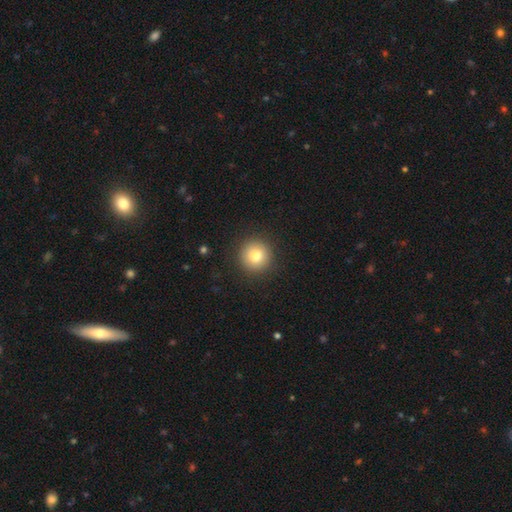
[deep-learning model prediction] Q: Smooth or featured?
A: smooth (80%); runner-up: star or artifact (11%)
Q: How rounded?
A: round (95%); runner-up: in between (4%)
Q: Merging?
A: none (91%); runner-up: minor disturbance (6%)